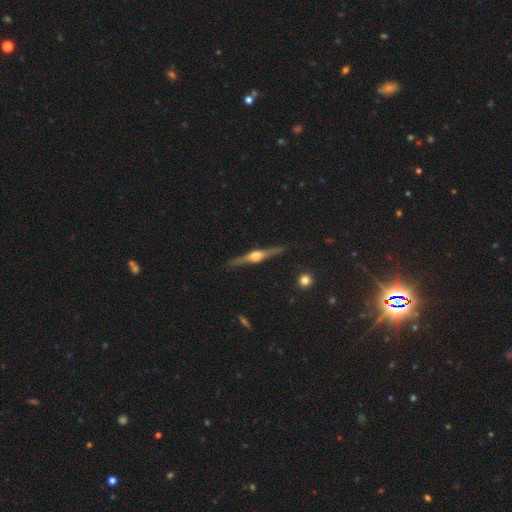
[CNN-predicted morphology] A featured or disk galaxy (83%) viewed edge-on (98%) with a rounded central bulge (92%). Merging: none (90%).